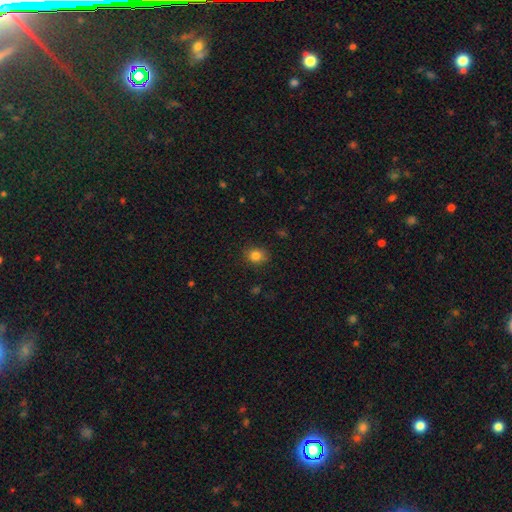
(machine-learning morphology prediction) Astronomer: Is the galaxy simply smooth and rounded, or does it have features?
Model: smooth — 82%.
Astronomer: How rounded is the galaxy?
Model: round — 65%.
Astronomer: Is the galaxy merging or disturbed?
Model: none — 86%.